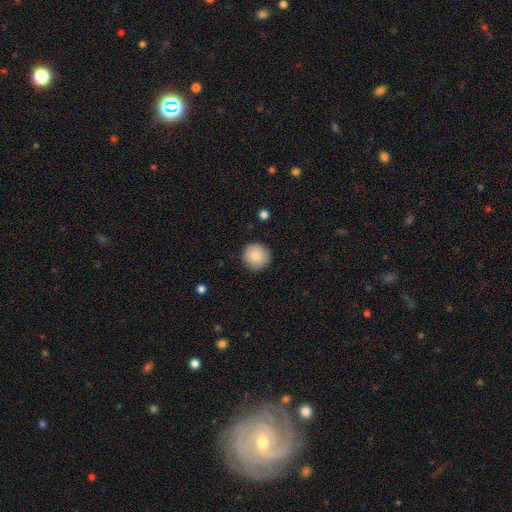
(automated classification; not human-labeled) Q: Smooth or featured?
A: smooth (85%); runner-up: star or artifact (8%)
Q: How rounded?
A: round (95%); runner-up: in between (5%)
Q: Merging?
A: none (90%); runner-up: minor disturbance (7%)